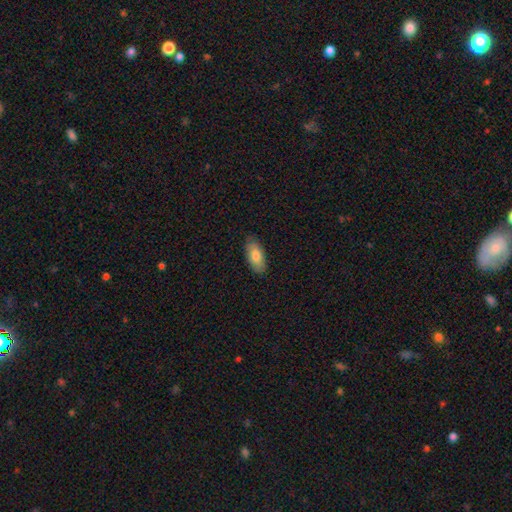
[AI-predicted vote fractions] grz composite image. It shows a smooth galaxy with no disk features (79%) that is in between round and cigar-shaped (90%). Merging: none (85%).